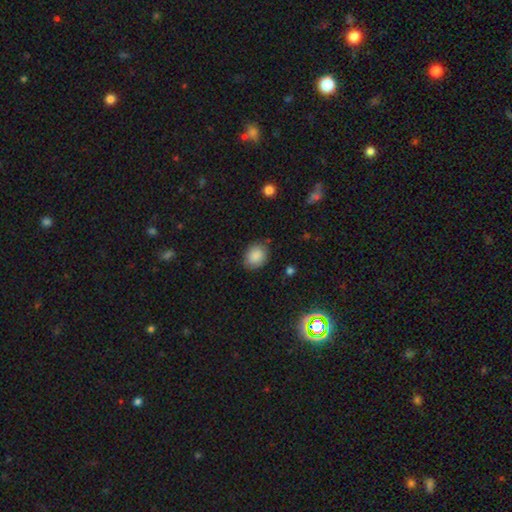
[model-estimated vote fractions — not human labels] The model was most divided on "how rounded": in between: 53%, round: 46%, cigar-shaped: 1%. More confident: smooth or featured — smooth (87%); merging — none (80%).